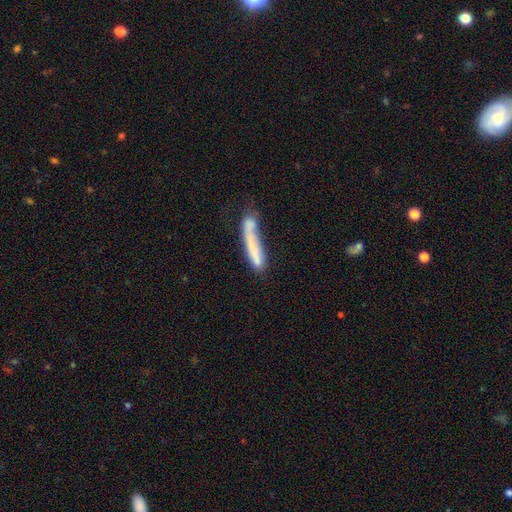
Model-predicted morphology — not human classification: smooth 68%, featured or disk 25%, star or artifact 7%. Down the decision tree: how rounded — cigar-shaped (86%); merging — none (38%).